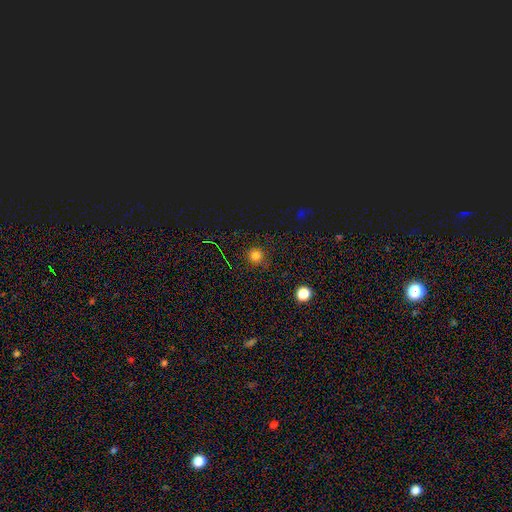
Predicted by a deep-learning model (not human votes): smooth_or_featured: smooth (p=0.75) [alt: star or artifact p=0.20]
how_rounded: round (p=0.91) [alt: in between p=0.08]
merging: none (p=0.85) [alt: minor disturbance p=0.10]